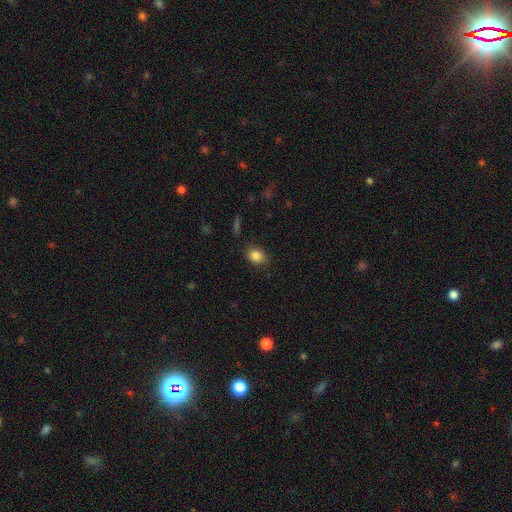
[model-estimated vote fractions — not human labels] Smooth or featured? smooth (85%)
How rounded? in between (60%)
Merging? none (82%)